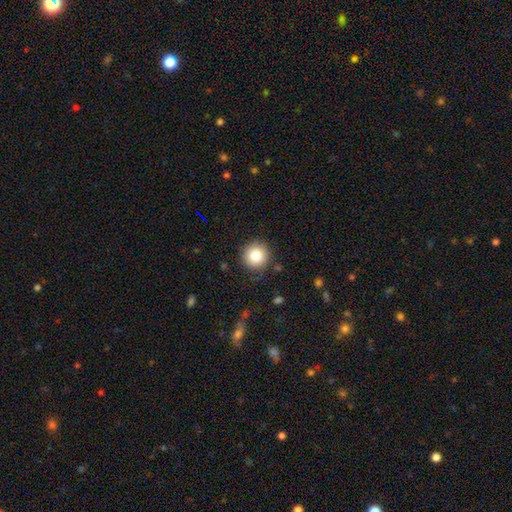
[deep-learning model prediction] A smooth galaxy with no disk features (82%) that is round (95%). Merging: none (88%).